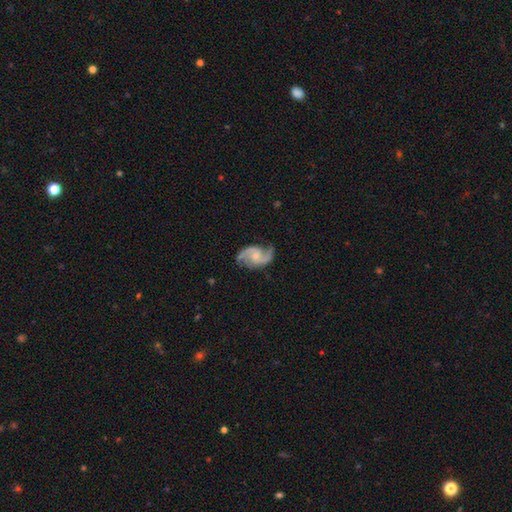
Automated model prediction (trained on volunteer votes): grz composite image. It shows a featured or disk galaxy (91%) with no bar (56%), 2 (93%) medium (56%) spiral arms (98%) and a small central bulge (52%). Merging: none (79%).